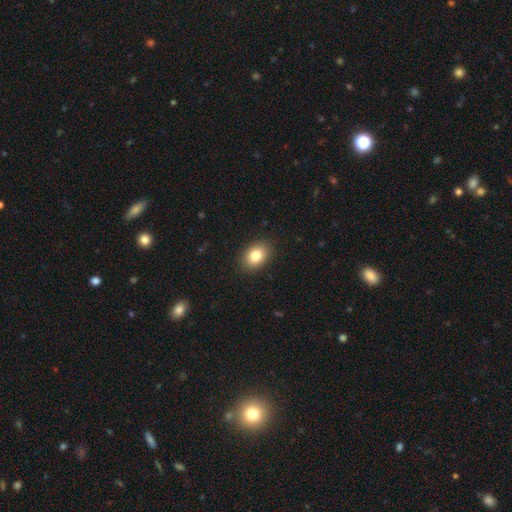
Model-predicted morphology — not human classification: Smooth or featured: smooth — 82% (featured or disk — 9%)
How rounded: in between — 77% (round — 22%)
Merging: none — 89% (minor disturbance — 8%)